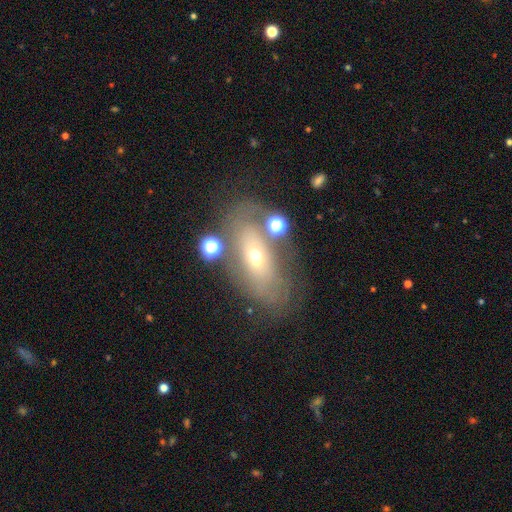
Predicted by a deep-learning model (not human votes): smooth_or_featured: featured or disk (p=0.48) [alt: smooth p=0.38]
merging: none (p=0.61) [alt: minor disturbance p=0.19]